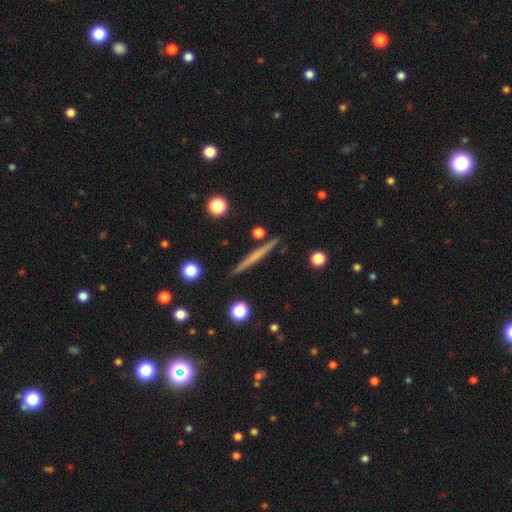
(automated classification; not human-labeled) Smooth or featured?
  - featured or disk: 52% *
  - smooth: 42%
  - star or artifact: 6%
Edge-on disk?
  - yes: 97% *
  - no: 3%
Edge-on bulge?
  - none: 78% *
  - rounded: 16%
  - boxy: 6%
Merging?
  - none: 90% *
  - minor disturbance: 6%
  - merger: 2%
  - major disturbance: 1%